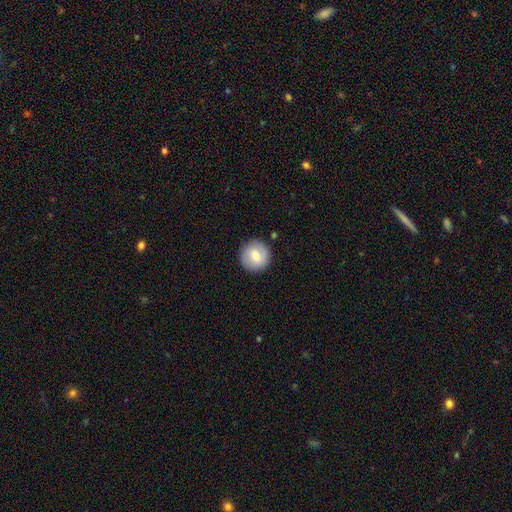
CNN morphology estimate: smooth_or_featured: smooth (p=0.71) [alt: featured or disk p=0.23]
how_rounded: round (p=0.94) [alt: in between p=0.05]
merging: none (p=0.89) [alt: minor disturbance p=0.07]